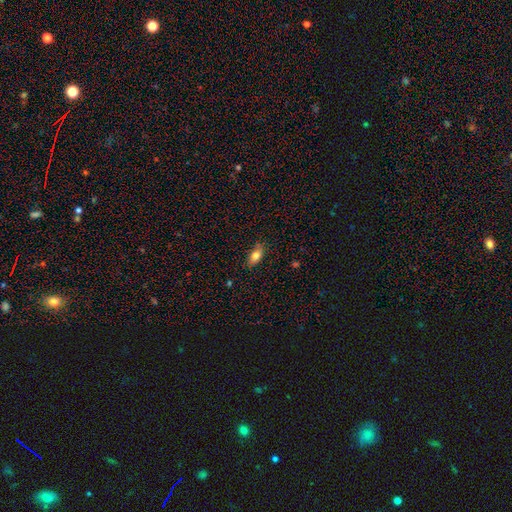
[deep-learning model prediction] Smooth or featured? Predicted: smooth (p=0.78). How rounded? Predicted: in between (p=0.85). Merging? Predicted: none (p=0.82).